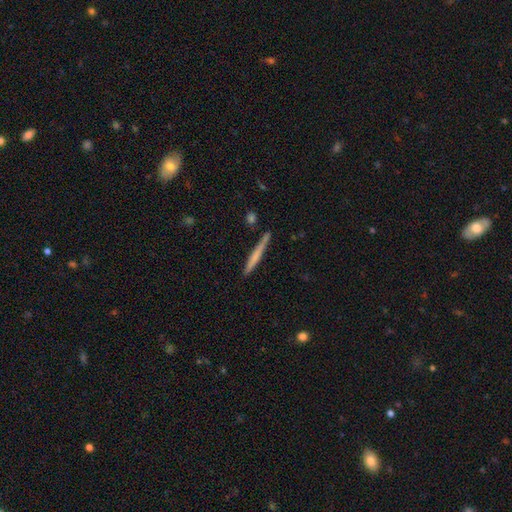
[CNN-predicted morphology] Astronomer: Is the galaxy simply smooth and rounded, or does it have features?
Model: smooth — 54% (runner-up: featured or disk, 41%).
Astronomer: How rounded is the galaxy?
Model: cigar-shaped — 97%.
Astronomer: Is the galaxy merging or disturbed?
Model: none — 86%.